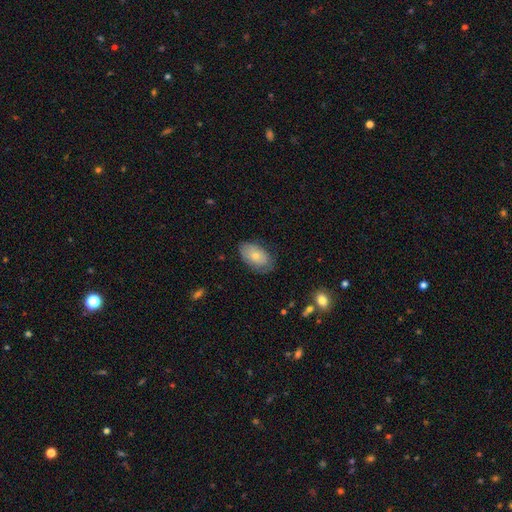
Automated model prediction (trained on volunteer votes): This appears to be a smooth galaxy with no disk features (68%) that is in between round and cigar-shaped (92%). Merging: none (72%).